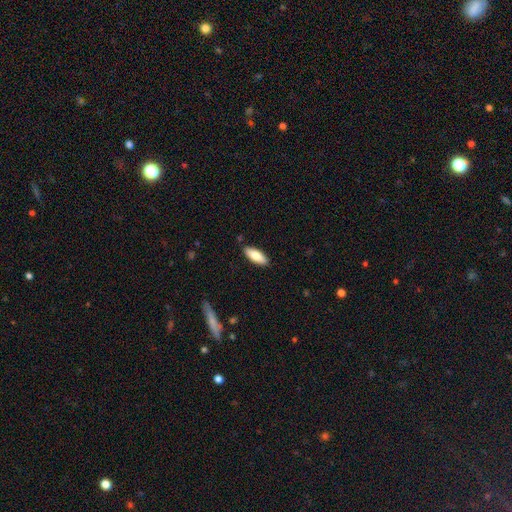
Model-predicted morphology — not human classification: smooth-or-featured: smooth: 78% | featured or disk: 16% | star or artifact: 6%
  how-rounded: in between: 71% | cigar-shaped: 27% | round: 2%
  merging: none: 87% | minor disturbance: 9% | major disturbance: 2% | merger: 1%